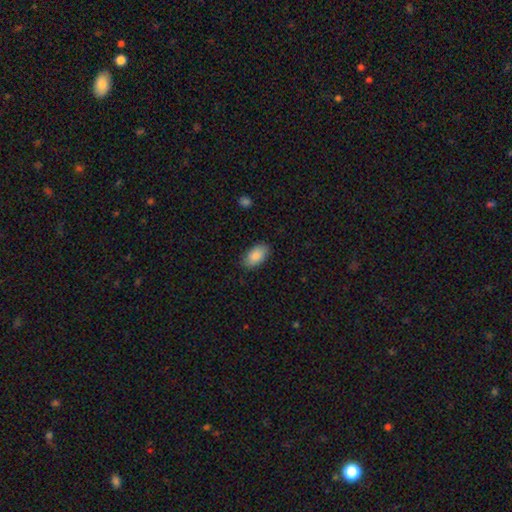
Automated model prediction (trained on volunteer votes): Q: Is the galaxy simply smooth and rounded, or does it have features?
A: smooth — 88%.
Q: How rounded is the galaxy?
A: in between — 94%.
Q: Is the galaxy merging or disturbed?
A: none — 85%.